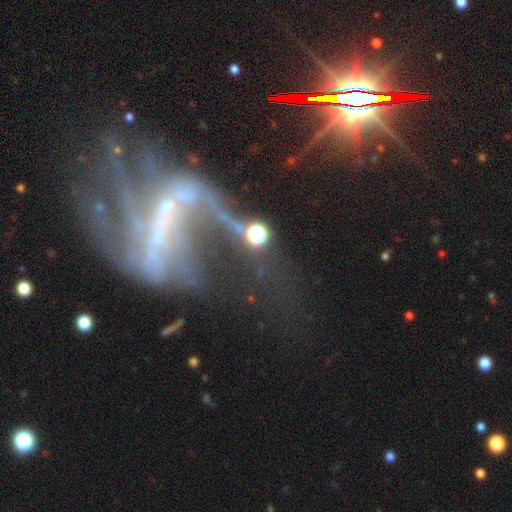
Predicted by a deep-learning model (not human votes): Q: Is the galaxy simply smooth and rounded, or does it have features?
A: featured or disk — 72%.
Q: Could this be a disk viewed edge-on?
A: no — 92%.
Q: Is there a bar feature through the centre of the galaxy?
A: strong — 56%.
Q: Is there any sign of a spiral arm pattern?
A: yes — 66%.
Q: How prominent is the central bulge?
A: small — 45%.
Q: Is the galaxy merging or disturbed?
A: major disturbance — 47%.